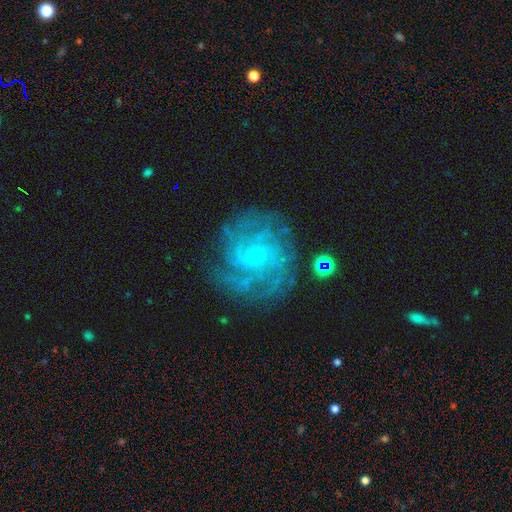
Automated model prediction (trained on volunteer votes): This appears to be a featured or disk galaxy (80%) with no bar (56%), tight (54%) spiral arms (93%) and a small central bulge (68%). Merging: none (74%).